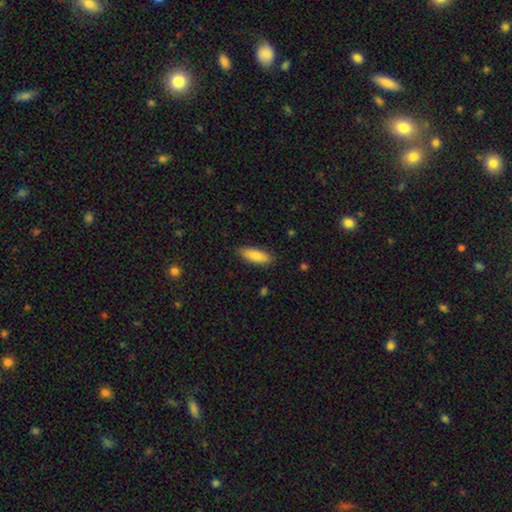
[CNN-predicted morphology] Overall: smooth (81%). How rounded: in between (66%; cigar-shaped 32%). Merging: none (86%).